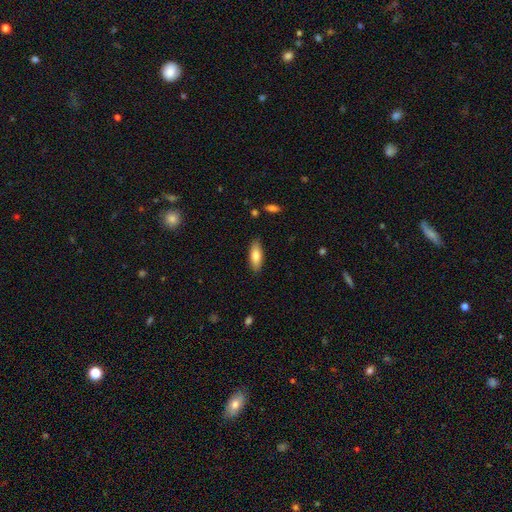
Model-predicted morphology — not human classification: smooth-or-featured: smooth: 79% | featured or disk: 15% | star or artifact: 6%
  how-rounded: in between: 69% | cigar-shaped: 29% | round: 2%
  merging: none: 87% | minor disturbance: 10% | major disturbance: 2% | merger: 1%